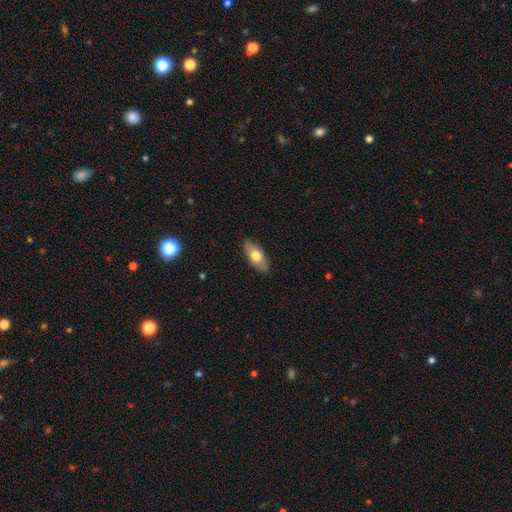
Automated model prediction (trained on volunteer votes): Overall: smooth (68%). How rounded: in between (82%). Merging: none (87%).